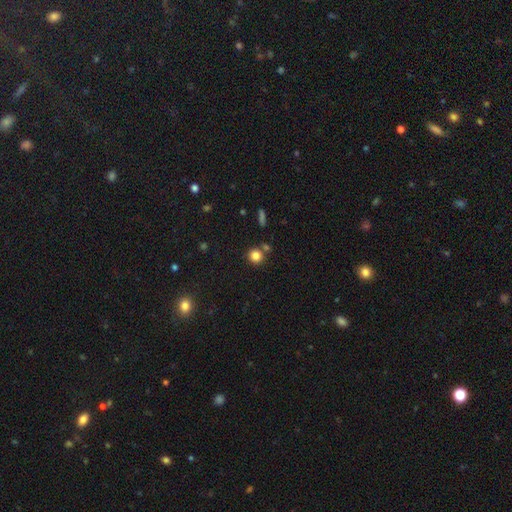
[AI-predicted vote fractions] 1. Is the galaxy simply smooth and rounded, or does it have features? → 82% smooth, 12% star or artifact, 6% featured or disk.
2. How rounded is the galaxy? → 90% round, 9% in between, 1% cigar-shaped.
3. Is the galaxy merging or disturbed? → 75% none, 13% merger, 9% minor disturbance, 3% major disturbance.